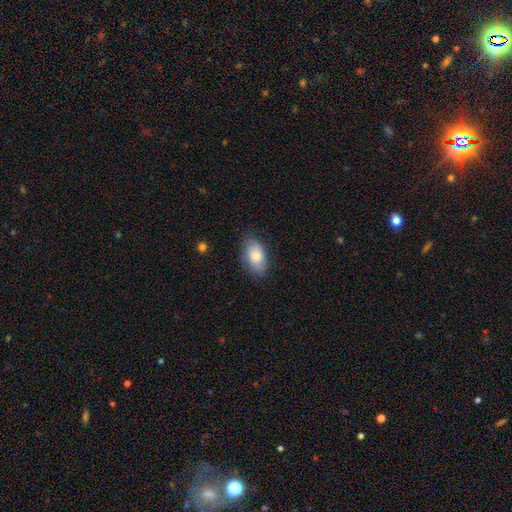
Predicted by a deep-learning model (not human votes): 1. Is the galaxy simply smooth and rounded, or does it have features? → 80% smooth, 14% featured or disk, 6% star or artifact.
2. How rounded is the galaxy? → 93% in between, 5% round, 2% cigar-shaped.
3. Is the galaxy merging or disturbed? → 79% none, 17% minor disturbance, 4% major disturbance, 1% merger.